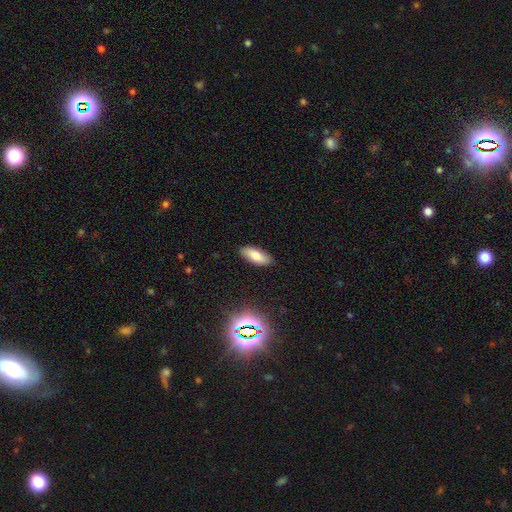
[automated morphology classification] Smooth or featured? smooth (79%)
How rounded? in between (81%)
Merging? none (87%)